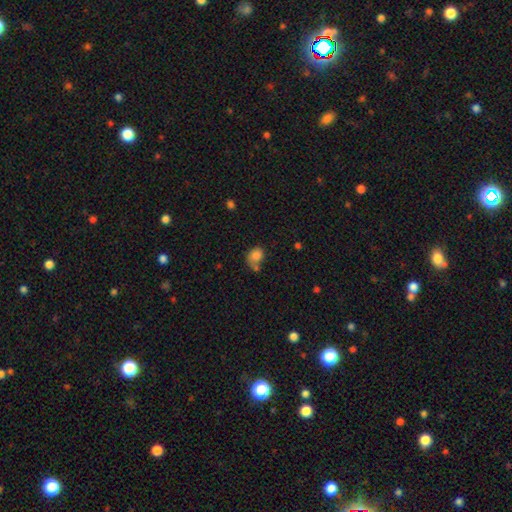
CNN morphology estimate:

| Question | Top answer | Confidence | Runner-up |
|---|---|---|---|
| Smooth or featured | smooth | 81% | star or artifact (10%) |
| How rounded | in between | 51% | round (48%) |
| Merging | none | 42% | merger (25%) |